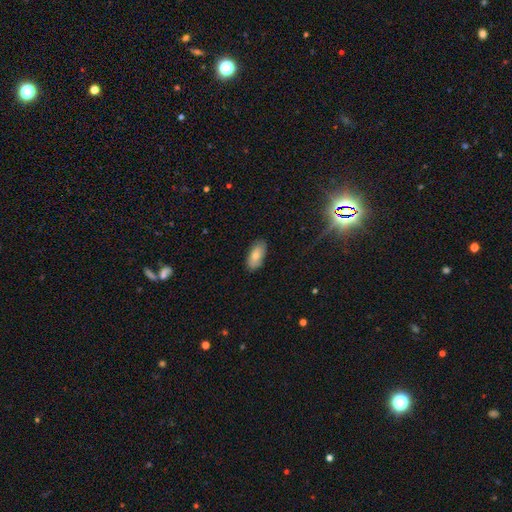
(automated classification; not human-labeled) smooth 79%, featured or disk 14%, star or artifact 7%. Down the decision tree: how rounded — in between (89%); merging — none (86%).